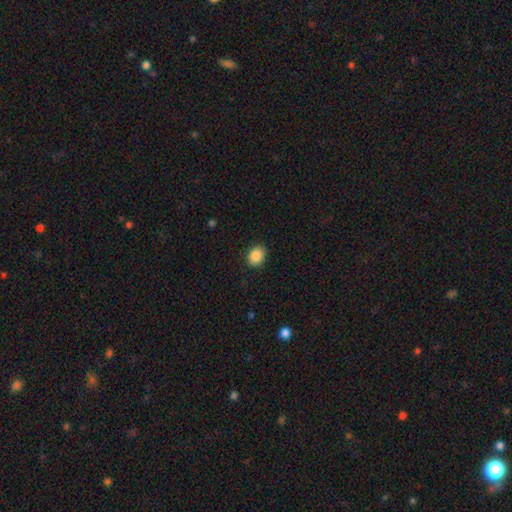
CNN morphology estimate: A smooth galaxy with no disk features (88%) that is in between round and cigar-shaped (55%). Merging: none (87%).